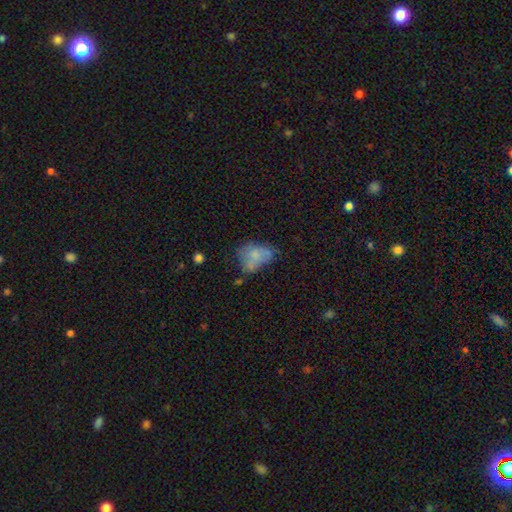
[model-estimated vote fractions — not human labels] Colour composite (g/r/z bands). It shows a smooth galaxy with no disk features (58%) that is in between round and cigar-shaped (76%). Merging: none (33%).